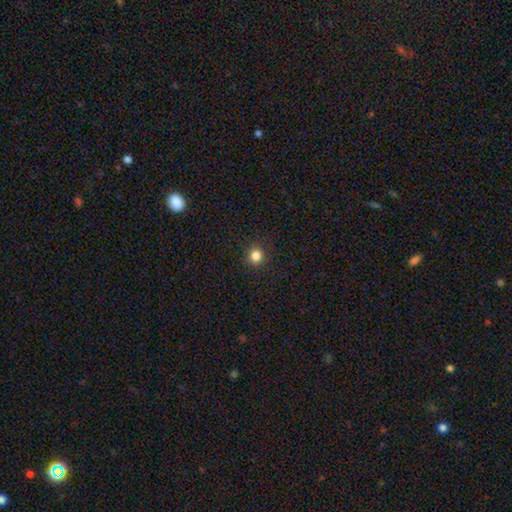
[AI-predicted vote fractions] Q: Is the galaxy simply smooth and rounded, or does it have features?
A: smooth — 83%.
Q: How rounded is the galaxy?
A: round — 94%.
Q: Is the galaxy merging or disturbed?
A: none — 92%.